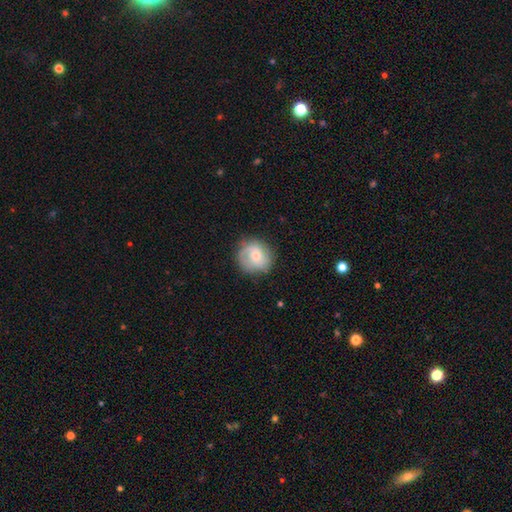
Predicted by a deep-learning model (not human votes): Overall: featured or disk (49%; smooth 44%). Merging: none (77%).